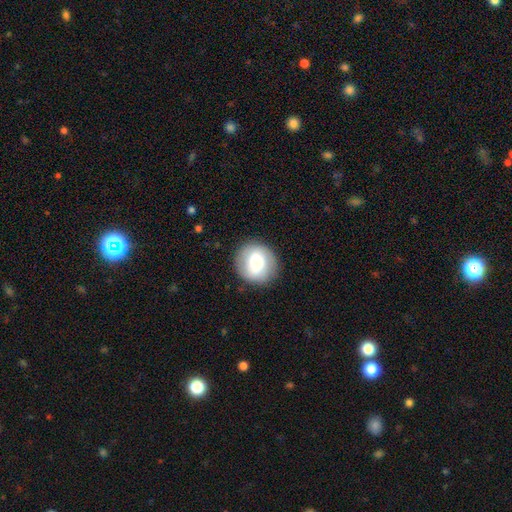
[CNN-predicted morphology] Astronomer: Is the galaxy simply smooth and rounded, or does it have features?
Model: smooth — 62%.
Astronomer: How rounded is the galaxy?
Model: round — 80%.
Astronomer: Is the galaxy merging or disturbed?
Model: none — 86%.